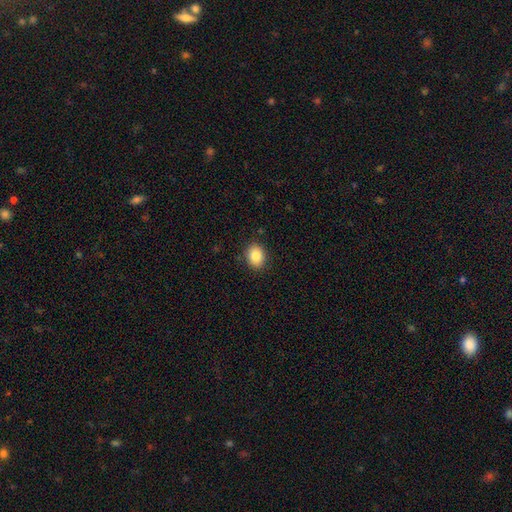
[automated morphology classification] A smooth galaxy with no disk features (86%) that is in between round and cigar-shaped (58%). Merging: none (88%).